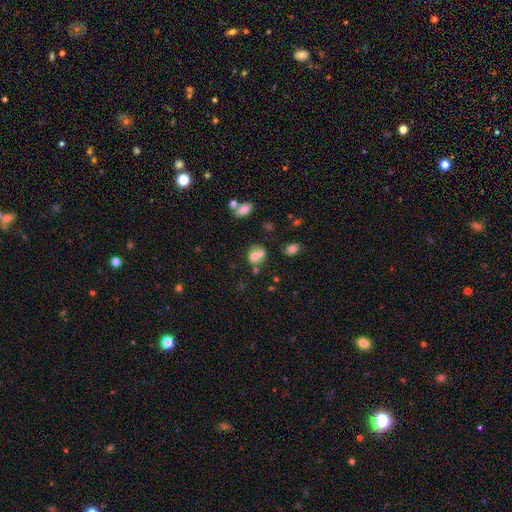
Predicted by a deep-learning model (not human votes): This appears to be a smooth galaxy with no disk features (67%) that is round (56%). Merging: merger (49%).